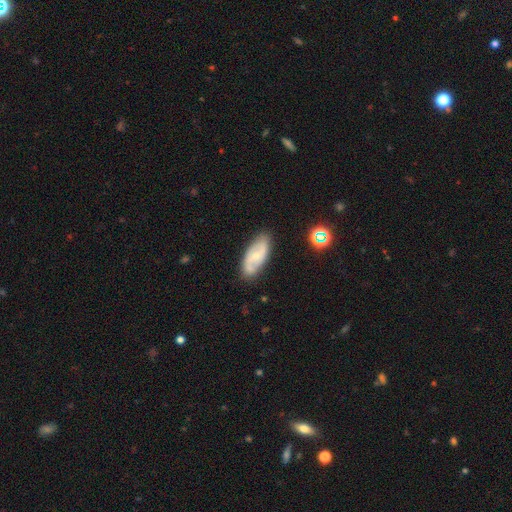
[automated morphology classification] The model was most divided on "bar": no: 58%, weak: 34%, strong: 8%. More confident: edge-on disk — no (91%); spiral arms — yes (81%); merging — none (79%); smooth or featured — featured or disk (64%); bulge size — small (62%).